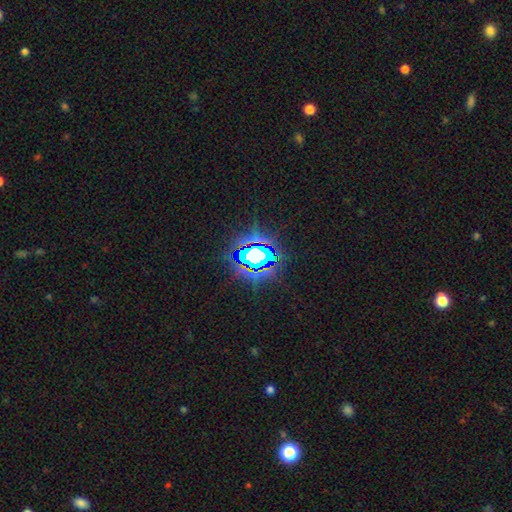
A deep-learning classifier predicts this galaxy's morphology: Q: Smooth or featured?
A: star or artifact (71%); runner-up: smooth (15%)